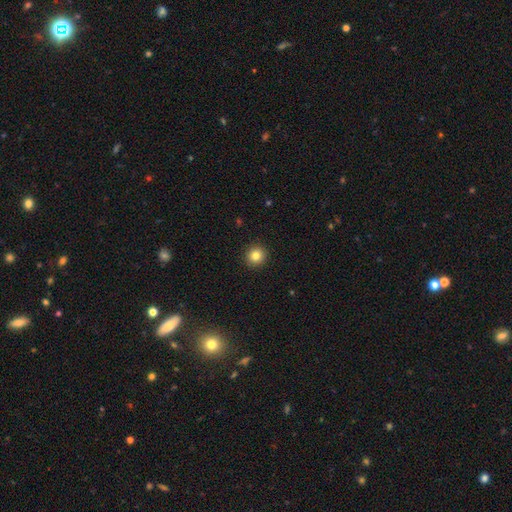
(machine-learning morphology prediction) A smooth galaxy with no disk features (82%) that is round (92%).

Vote fractions:
- Smooth or featured? smooth: 82% / star or artifact: 11% / featured or disk: 7%
- How rounded? round: 92% / in between: 7% / cigar-shaped: 1%
- Merging? none: 93% / minor disturbance: 5% / major disturbance: 2% / merger: 1%